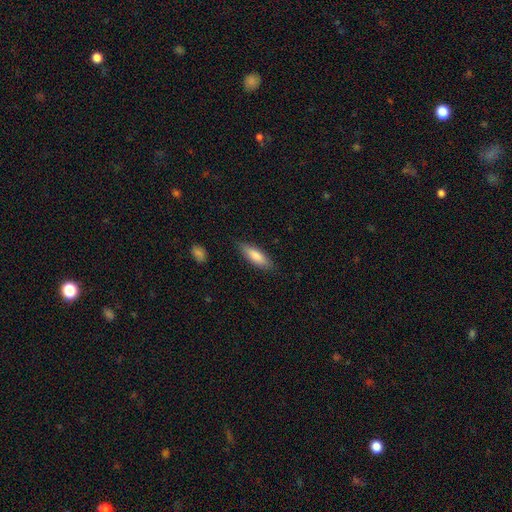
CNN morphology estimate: Smooth or featured: smooth — 79% (featured or disk — 15%)
How rounded: cigar-shaped — 52% (in between — 47%)
Merging: none — 84% (minor disturbance — 12%)